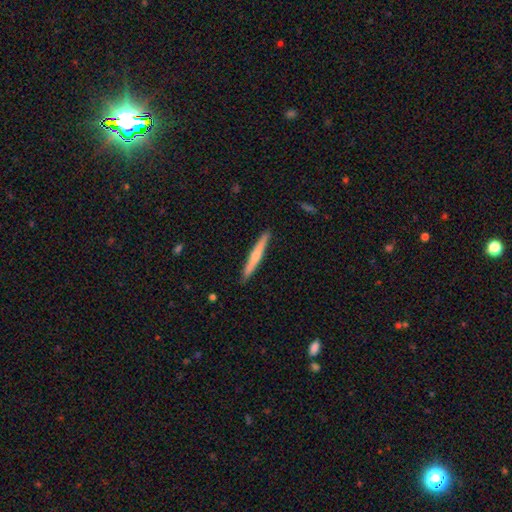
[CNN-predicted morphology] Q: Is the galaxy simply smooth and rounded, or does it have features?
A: smooth — 48%.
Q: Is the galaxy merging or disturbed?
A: none — 91%.